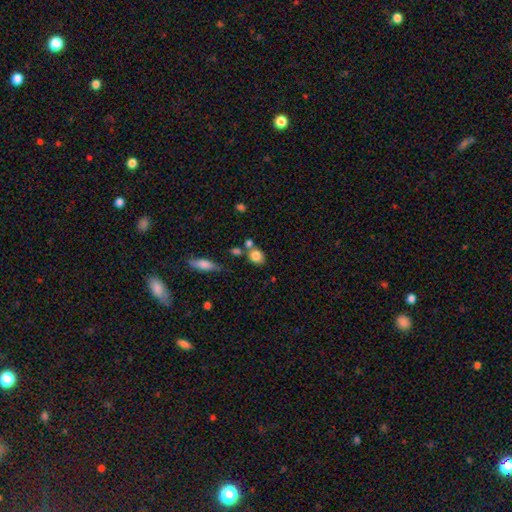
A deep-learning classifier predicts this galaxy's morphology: Smooth or featured: smooth — 82% (star or artifact — 9%)
How rounded: round — 51% (in between — 47%)
Merging: none — 61% (merger — 22%)